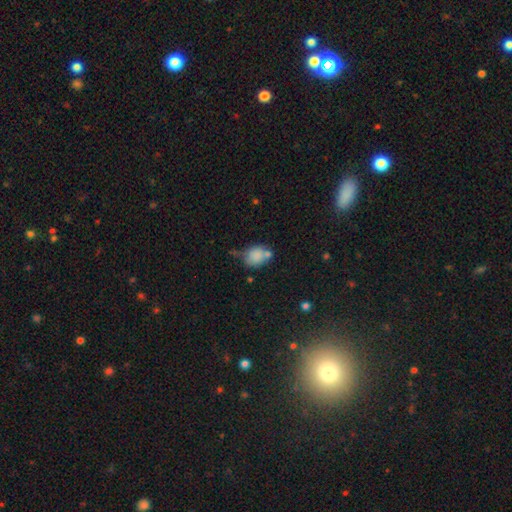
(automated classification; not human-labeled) smooth-or-featured: smooth: 80% | featured or disk: 10% | star or artifact: 9%
  how-rounded: in between: 51% | round: 47% | cigar-shaped: 1%
  merging: none: 38% | merger: 27% | minor disturbance: 25% | major disturbance: 10%